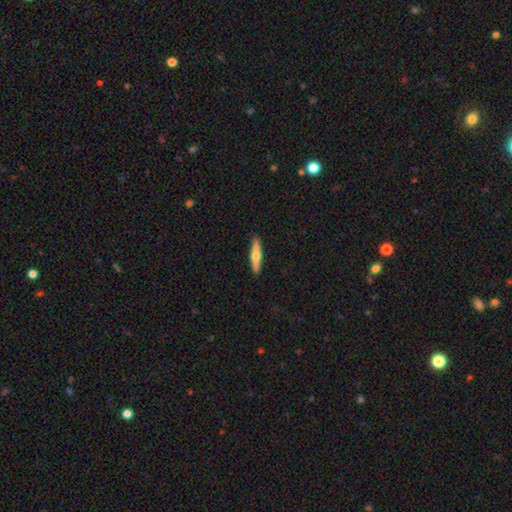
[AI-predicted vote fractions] The model was most divided on "smooth or featured": featured or disk: 48%, smooth: 46%, star or artifact: 5%. More confident: merging — none (91%).